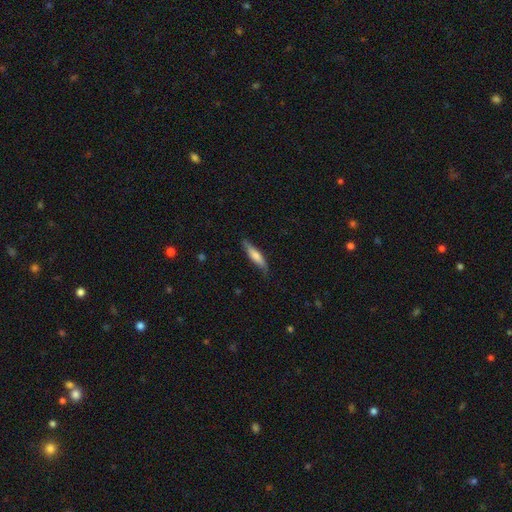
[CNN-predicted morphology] This appears to be a smooth galaxy with no disk features (64%) that is cigar-shaped (81%). Merging: none (76%).